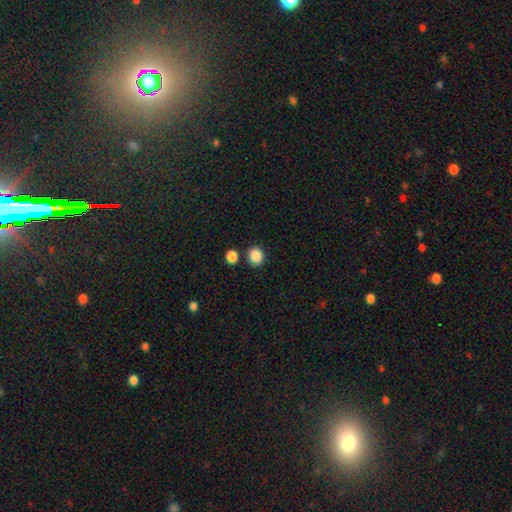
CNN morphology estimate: The model was most divided on "how rounded": round: 77%, in between: 22%, cigar-shaped: 1%. More confident: smooth or featured — smooth (87%); merging — none (81%).